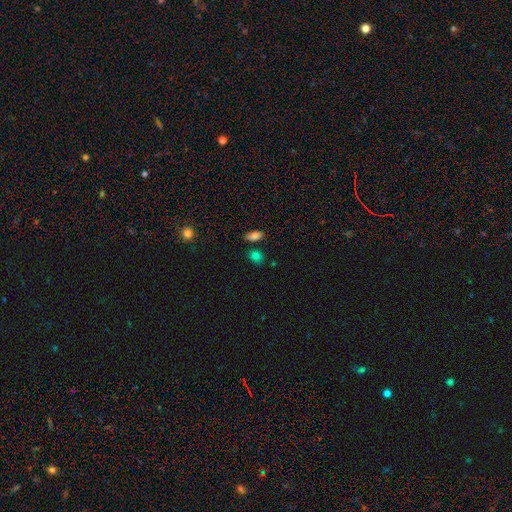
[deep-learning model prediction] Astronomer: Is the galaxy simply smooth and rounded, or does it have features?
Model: smooth — 80%.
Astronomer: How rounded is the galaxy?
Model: in between — 64%.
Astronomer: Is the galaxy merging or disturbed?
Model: none — 76%.